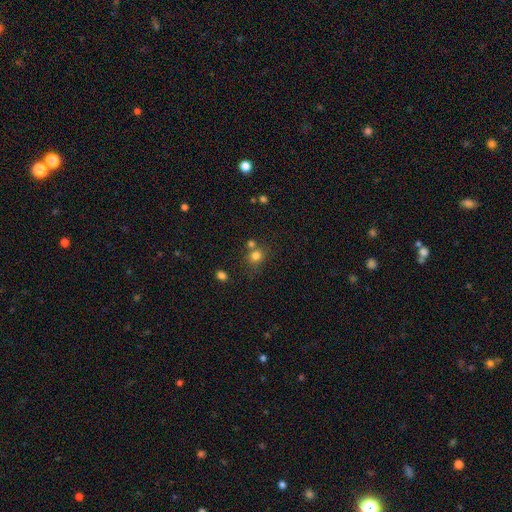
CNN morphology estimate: Smooth or featured? Predicted: smooth (p=0.78). How rounded? Predicted: round (p=0.82). Merging? Predicted: none (p=0.60).